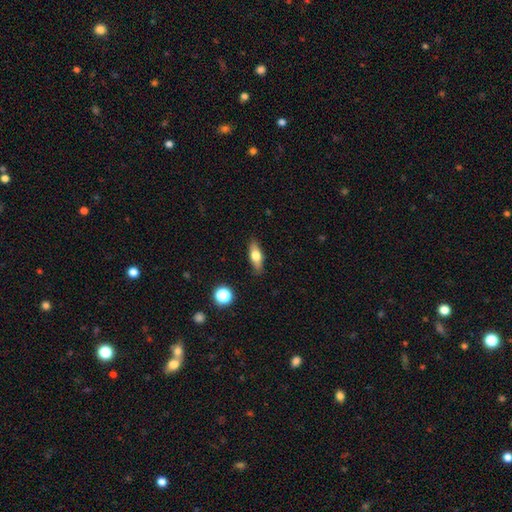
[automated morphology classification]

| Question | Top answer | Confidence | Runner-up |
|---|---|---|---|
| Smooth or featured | smooth | 60% | featured or disk (33%) |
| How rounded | in between | 58% | cigar-shaped (38%) |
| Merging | none | 87% | minor disturbance (9%) |